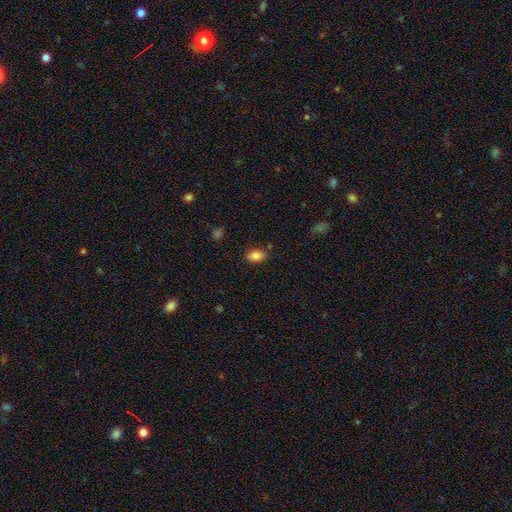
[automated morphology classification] This is clearly a smooth galaxy (86%). How rounded: clearly in between (88%). Merging: clearly none (84%).